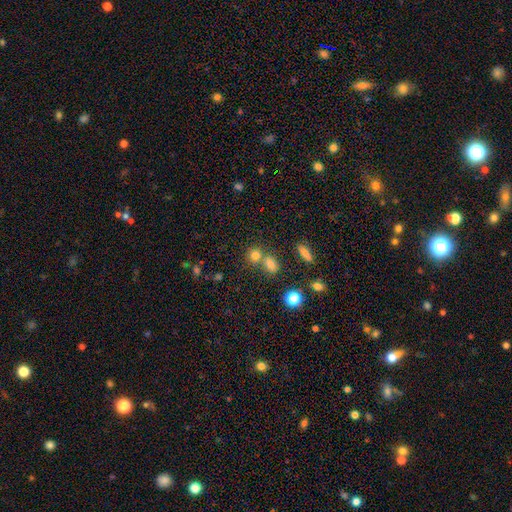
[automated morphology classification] Overall: smooth (75%). How rounded: round (74%). Merging: none (50%; merger 38%).